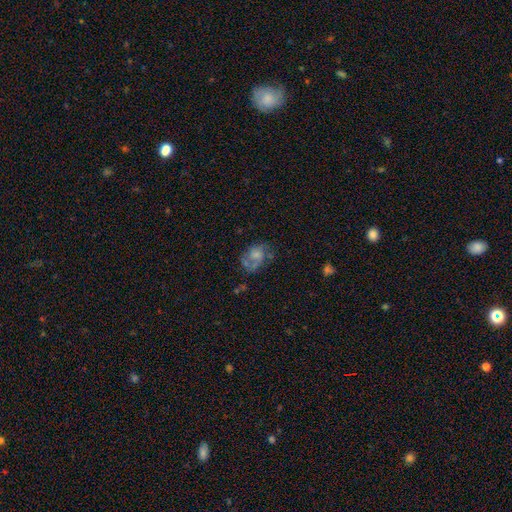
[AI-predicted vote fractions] Smooth or featured? featured or disk (50%)
Merging? none (43%)